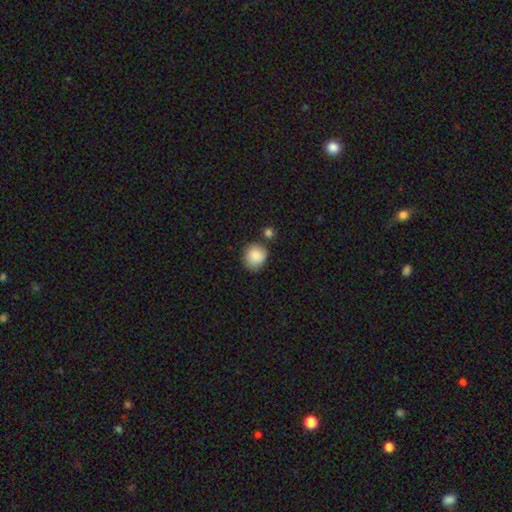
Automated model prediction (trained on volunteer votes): The model was most divided on "merging": none: 71%, minor disturbance: 16%, merger: 9%, major disturbance: 4%. More confident: smooth or featured — smooth (88%); how rounded — round (85%).